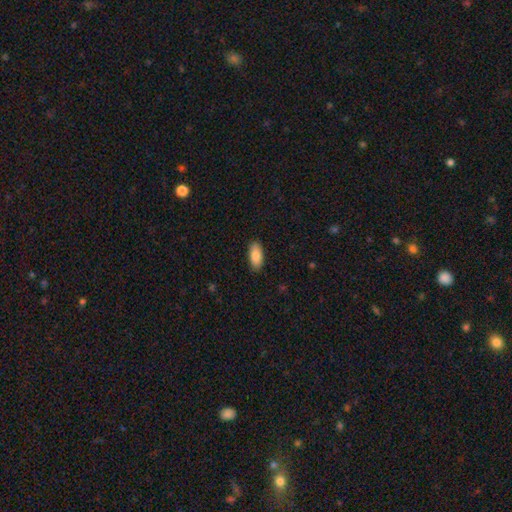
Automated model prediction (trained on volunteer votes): This appears to be a smooth galaxy with no disk features (87%) that is in between round and cigar-shaped (89%). Merging: none (89%).